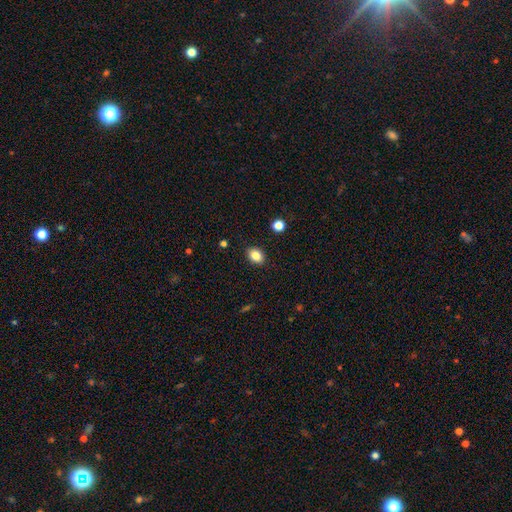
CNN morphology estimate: A smooth galaxy with no disk features (85%) that is in between round and cigar-shaped (69%).

Vote fractions:
- Smooth or featured? smooth: 85% / star or artifact: 9% / featured or disk: 6%
- How rounded? in between: 69% / round: 29% / cigar-shaped: 1%
- Merging? none: 89% / minor disturbance: 8% / major disturbance: 2% / merger: 1%